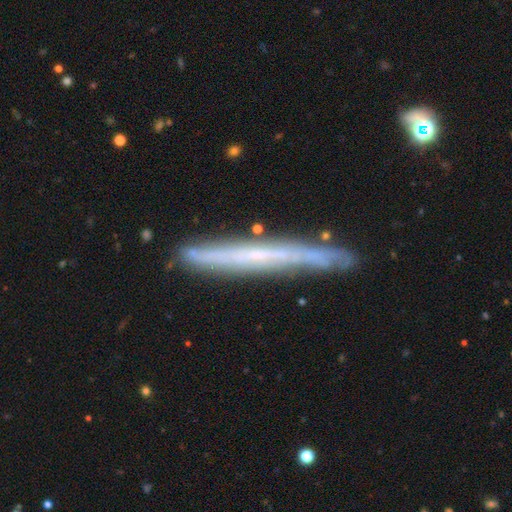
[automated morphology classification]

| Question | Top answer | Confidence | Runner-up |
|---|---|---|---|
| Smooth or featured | featured or disk | 64% | smooth (29%) |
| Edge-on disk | yes | 91% | no (9%) |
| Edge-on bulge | none | 81% | rounded (15%) |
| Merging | none | 83% | minor disturbance (13%) |